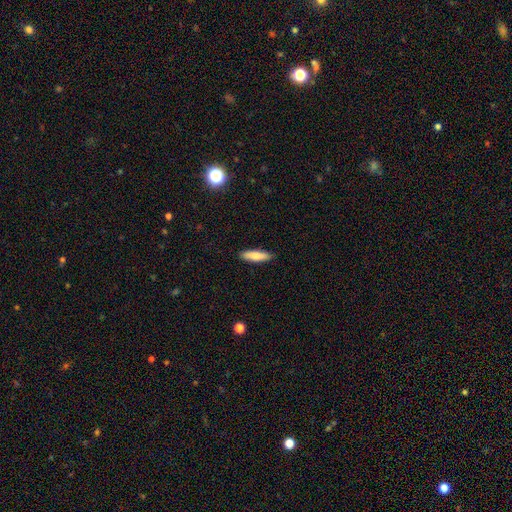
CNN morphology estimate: A smooth galaxy with no disk features (78%) that is cigar-shaped (65%). Merging: none (90%).